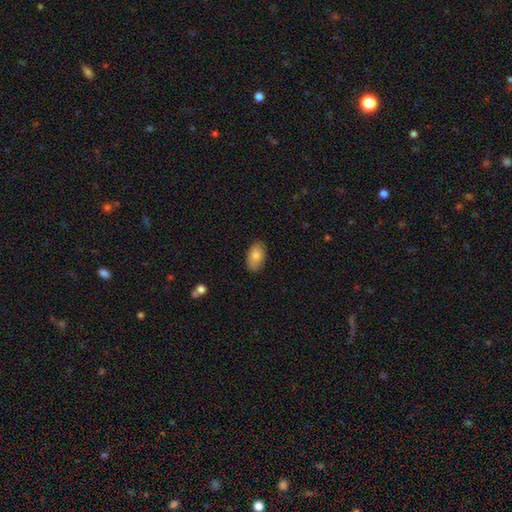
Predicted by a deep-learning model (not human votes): smooth-or-featured: smooth: 83% | featured or disk: 10% | star or artifact: 7%
  how-rounded: in between: 93% | round: 6% | cigar-shaped: 2%
  merging: none: 83% | minor disturbance: 13% | major disturbance: 2% | merger: 1%